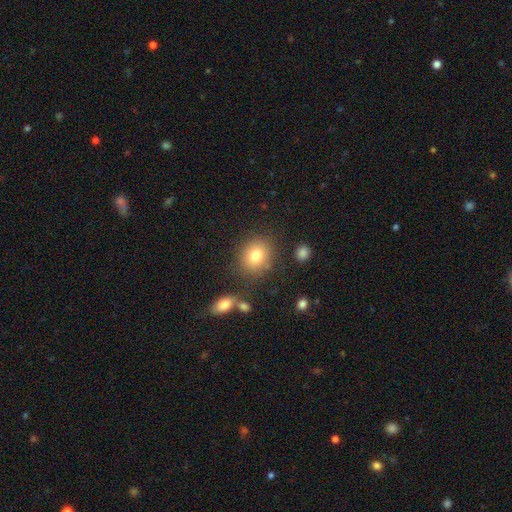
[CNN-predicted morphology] A smooth galaxy with no disk features (80%) that is round (70%). Merging: none (81%).